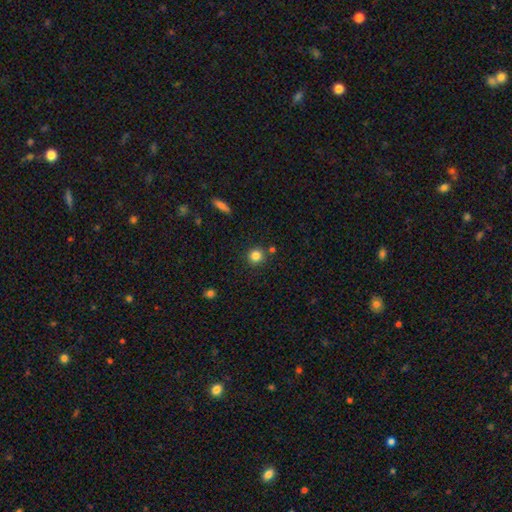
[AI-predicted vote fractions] Smooth or featured? Predicted: smooth (p=0.84). How rounded? Predicted: round (p=0.93). Merging? Predicted: none (p=0.85).